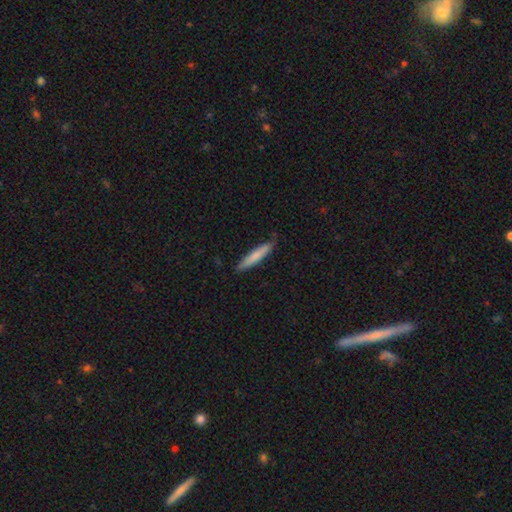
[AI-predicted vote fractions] This appears to be a smooth galaxy with no disk features (75%) that is cigar-shaped (91%). Merging: none (82%).